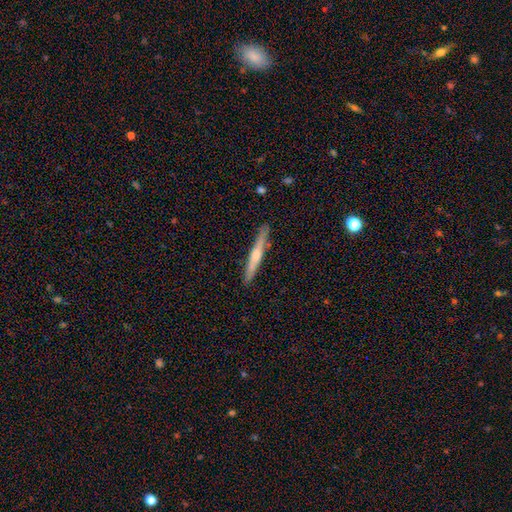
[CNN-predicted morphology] type=featured or disk (52%); edge-on=yes (97%); edge-on bulge=rounded (64%); merging=none (88%).